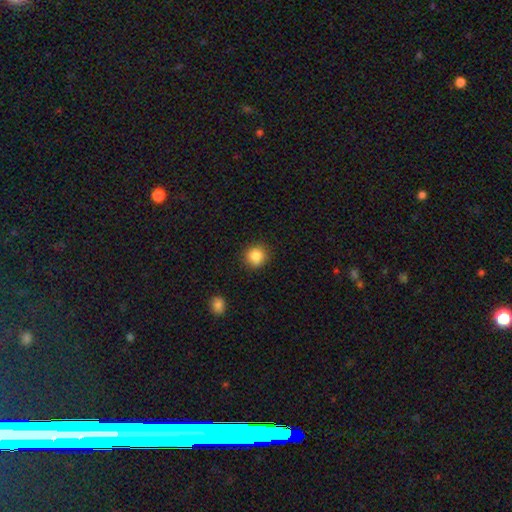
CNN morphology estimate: Smooth or featured: smooth — 85% (star or artifact — 10%)
How rounded: round — 88% (in between — 11%)
Merging: none — 85% (minor disturbance — 11%)